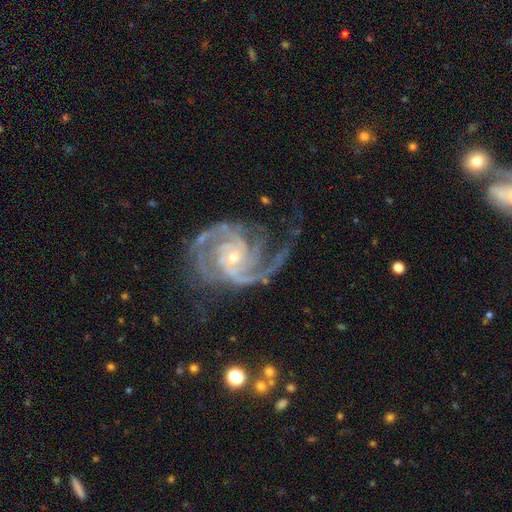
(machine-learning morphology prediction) Smooth or featured? Predicted: featured or disk (p=0.92). Edge-on disk? Predicted: no (p=0.98). Bar? Predicted: no (p=0.55). Spiral arms? Predicted: yes (p=0.99). Spiral winding? Predicted: tight (p=0.48). Spiral arm count? Predicted: 2 (p=0.55). Bulge size? Predicted: small (p=0.71). Merging? Predicted: none (p=0.67).